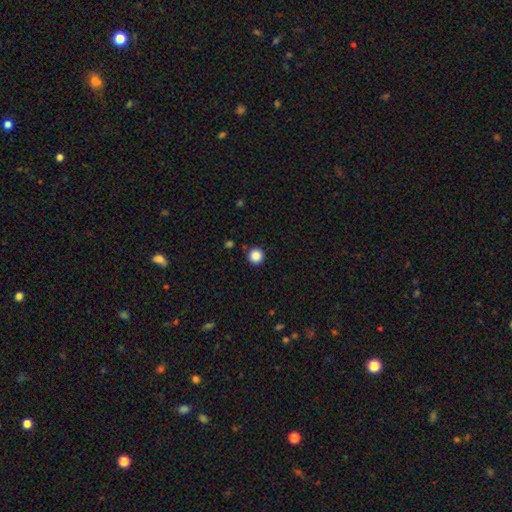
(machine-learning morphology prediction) Overall: smooth (87%). How rounded: round (96%). Merging: none (91%).